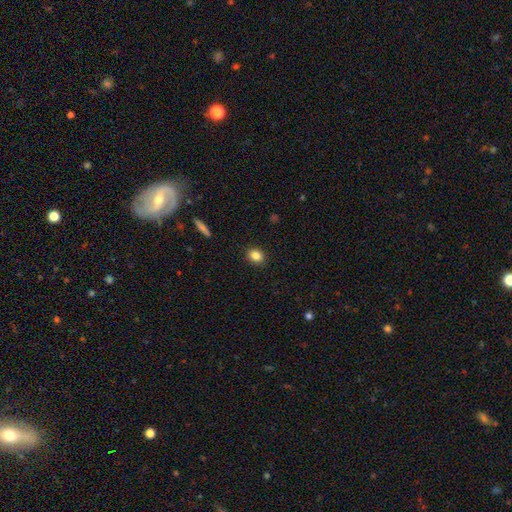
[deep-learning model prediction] A smooth galaxy with no disk features (84%) that is round (55%).

Vote fractions:
- Smooth or featured? smooth: 84% / star or artifact: 10% / featured or disk: 6%
- How rounded? round: 55% / in between: 44% / cigar-shaped: 1%
- Merging? none: 90% / minor disturbance: 7% / major disturbance: 2% / merger: 1%